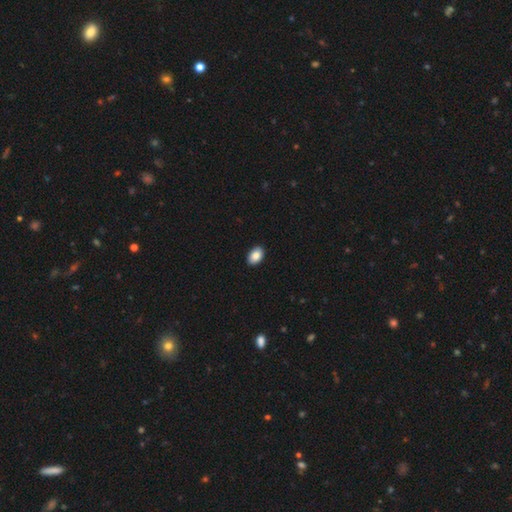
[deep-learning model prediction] Smooth or featured?
  - smooth: 88% *
  - star or artifact: 7%
  - featured or disk: 5%
How rounded?
  - in between: 88% *
  - round: 11%
  - cigar-shaped: 1%
Merging?
  - none: 91% *
  - minor disturbance: 7%
  - major disturbance: 2%
  - merger: 1%